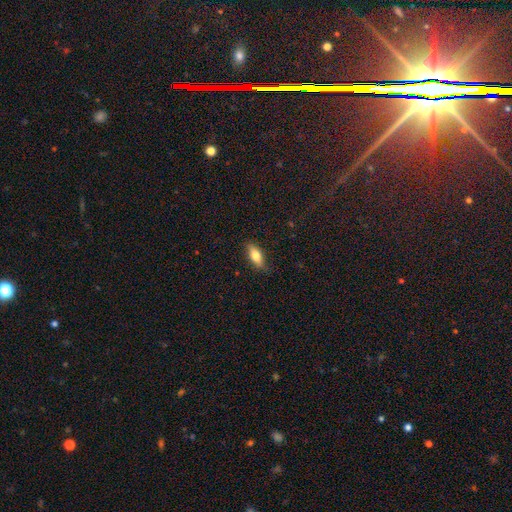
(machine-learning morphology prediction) Smooth or featured? smooth (71%)
How rounded? in between (74%)
Merging? none (81%)